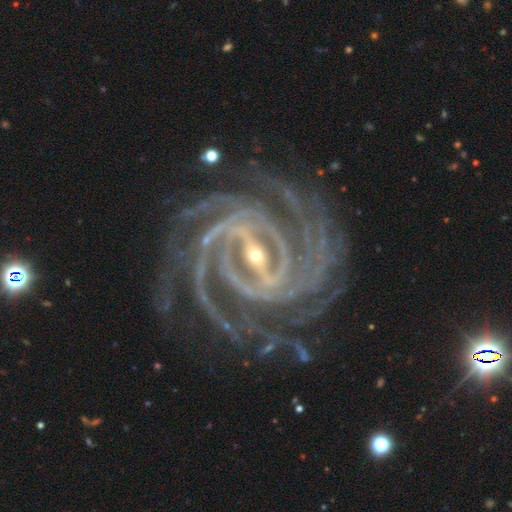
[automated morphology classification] This is clearly a featured or disk galaxy (95%). It is clearly not viewed edge-on (98%). Bar: likely strong (72%). Spiral arm pattern: clearly yes (99%). Spiral arm count: marginally 4 (32%). Spiral winding: likely tight (78%). Central bulge: likely small (76%). Merging: likely none (79%).